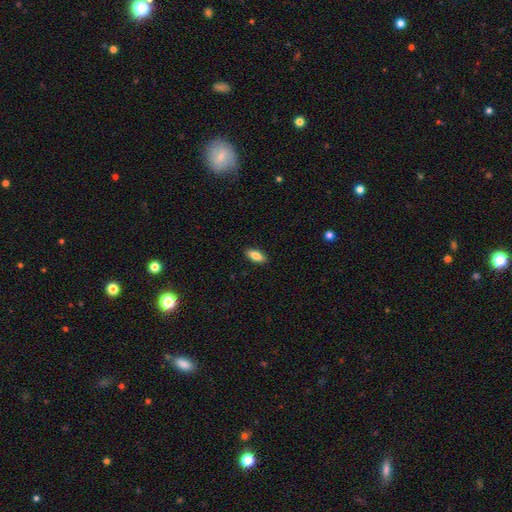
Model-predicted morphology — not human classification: smooth_or_featured: smooth (p=0.79) [alt: featured or disk p=0.15]
how_rounded: in between (p=0.79) [alt: cigar-shaped p=0.19]
merging: none (p=0.89) [alt: minor disturbance p=0.08]